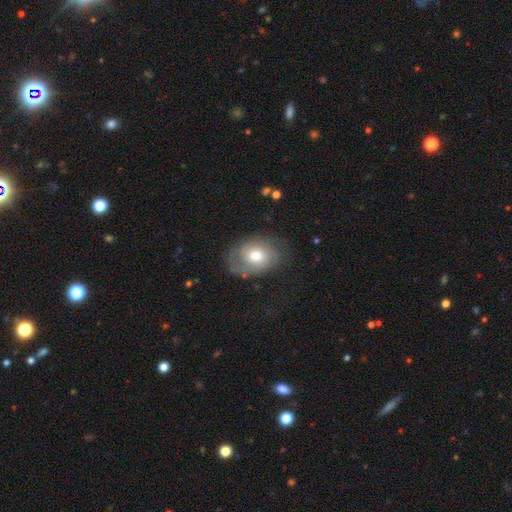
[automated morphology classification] A smooth galaxy with no disk features (47%).

Vote fractions:
- Smooth or featured? smooth: 47% / featured or disk: 45% / star or artifact: 8%
- Merging? none: 65% / minor disturbance: 22% / major disturbance: 12% / merger: 2%